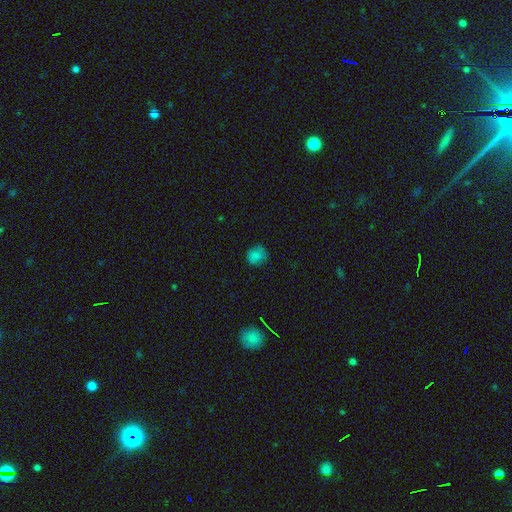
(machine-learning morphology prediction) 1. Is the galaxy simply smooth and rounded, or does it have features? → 77% smooth, 16% star or artifact, 7% featured or disk.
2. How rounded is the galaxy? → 79% round, 20% in between, 1% cigar-shaped.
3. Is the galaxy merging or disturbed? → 72% none, 21% minor disturbance, 5% major disturbance, 1% merger.